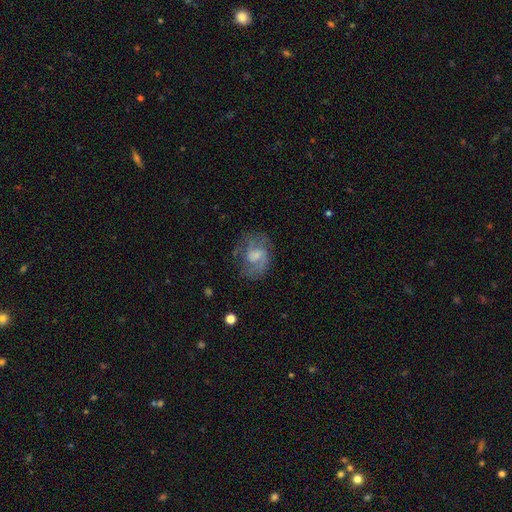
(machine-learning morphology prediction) Smooth or featured?
  - featured or disk: 65% *
  - smooth: 26%
  - star or artifact: 8%
Edge-on disk?
  - no: 98% *
  - yes: 2%
Bar?
  - no: 47% *
  - weak: 45%
  - strong: 8%
Spiral arms?
  - yes: 84% *
  - no: 16%
Spiral winding?
  - medium: 48% *
  - loose: 27%
  - tight: 24%
Spiral arm count?
  - 2: 63% *
  - can't tell: 17%
  - 1: 11%
  - 3: 5%
  - 4: 2%
  - more than 4: 2%
Bulge size?
  - small: 36% *
  - moderate: 29%
  - none: 25%
  - large: 8%
  - dominant: 2%
Merging?
  - none: 60% *
  - minor disturbance: 21%
  - major disturbance: 17%
  - merger: 2%